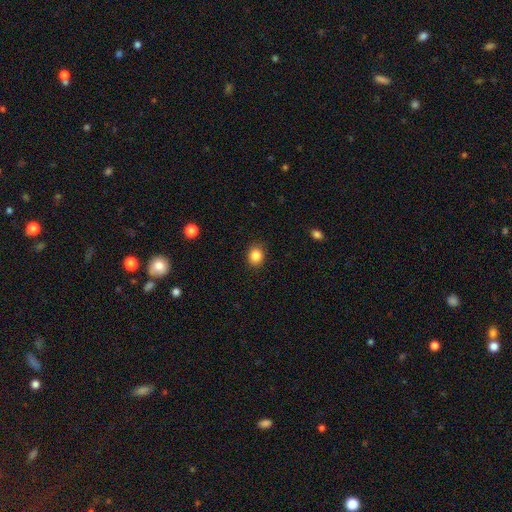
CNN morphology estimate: The model was most divided on "how rounded": round: 67%, in between: 32%, cigar-shaped: 1%. More confident: merging — none (88%); smooth or featured — smooth (86%).